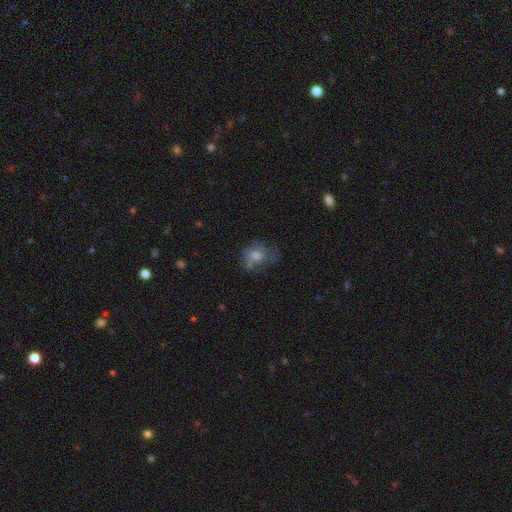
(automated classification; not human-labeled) Smooth or featured: smooth — 45% (featured or disk — 40%)
Merging: none — 51% (minor disturbance — 24%)